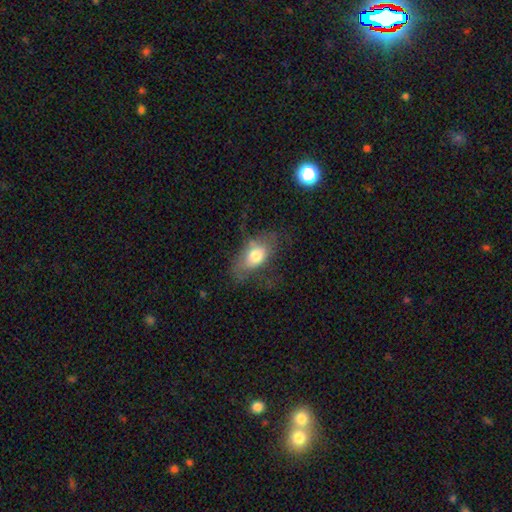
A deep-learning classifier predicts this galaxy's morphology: smooth 66%, featured or disk 26%, star or artifact 8%. Down the decision tree: how rounded — in between (87%); merging — none (49%).